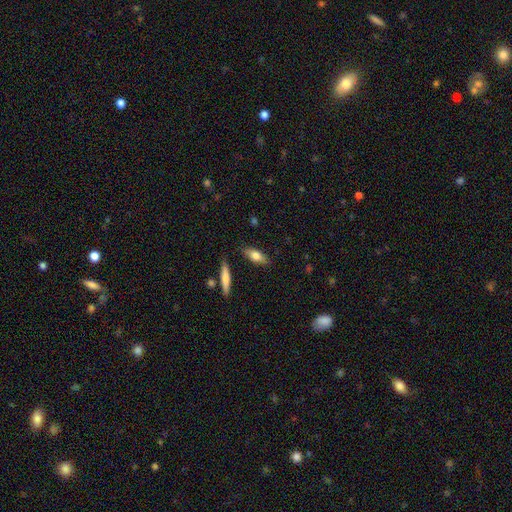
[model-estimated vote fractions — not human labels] smooth_or_featured: smooth (p=0.67) [alt: featured or disk p=0.27]
how_rounded: in between (p=0.58) [alt: cigar-shaped p=0.39]
merging: none (p=0.83) [alt: minor disturbance p=0.11]